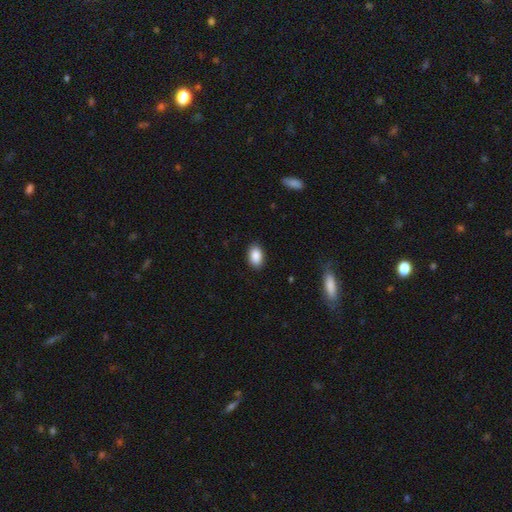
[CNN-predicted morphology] smooth-or-featured: smooth: 89% | star or artifact: 7% | featured or disk: 4%
  how-rounded: in between: 90% | round: 9% | cigar-shaped: 1%
  merging: none: 88% | minor disturbance: 9% | major disturbance: 2% | merger: 1%